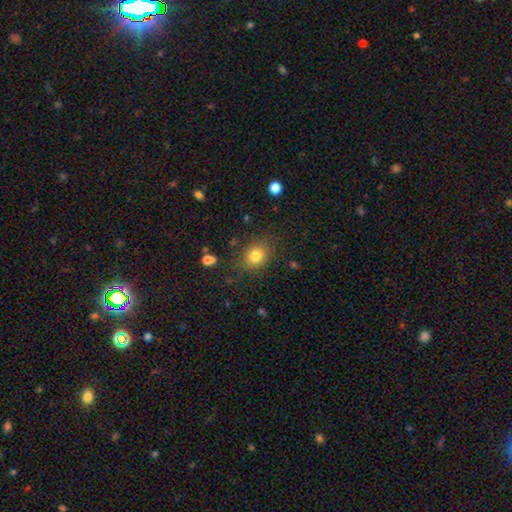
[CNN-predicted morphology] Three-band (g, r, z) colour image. It shows a smooth galaxy with no disk features (81%) that is round (61%). Merging: none (83%).